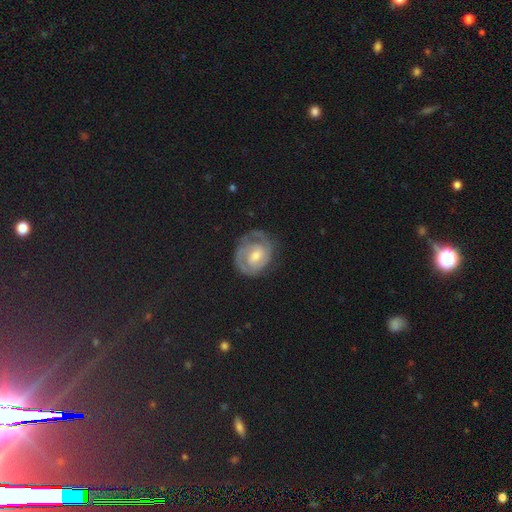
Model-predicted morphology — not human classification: A featured or disk galaxy (72%) with no bar (52%), 2 (45%) tight (66%) spiral arms (87%) and a moderate central bulge (54%).

Vote fractions:
- Smooth or featured? featured or disk: 72% / smooth: 19% / star or artifact: 9%
- Edge-on disk? no: 97% / yes: 3%
- Bar? no: 52% / weak: 39% / strong: 9%
- Spiral arms? yes: 87% / no: 13%
- Spiral winding? tight: 66% / medium: 26% / loose: 8%
- Spiral arm count? 2: 45% / can't tell: 29% / 1: 14% / 3: 7% / 4: 3% / more than 4: 3%
- Bulge size? moderate: 54% / small: 35% / large: 7% / none: 3% / dominant: 1%
- Merging? none: 66% / minor disturbance: 22% / major disturbance: 11% / merger: 2%